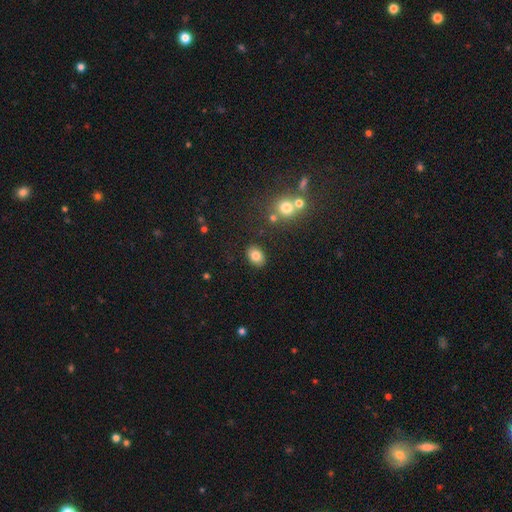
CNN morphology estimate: smooth 82%, star or artifact 10%, featured or disk 9%. Down the decision tree: how rounded — in between (74%); merging — none (86%).